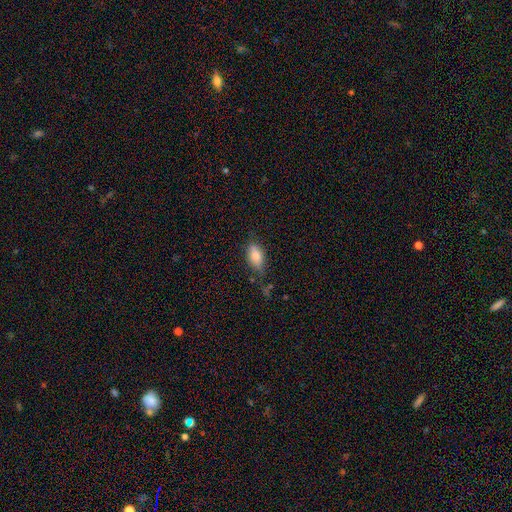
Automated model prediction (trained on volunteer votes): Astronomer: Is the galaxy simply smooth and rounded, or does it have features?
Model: smooth — 77%.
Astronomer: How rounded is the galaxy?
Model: in between — 87%.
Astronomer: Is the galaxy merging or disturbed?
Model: none — 65%.